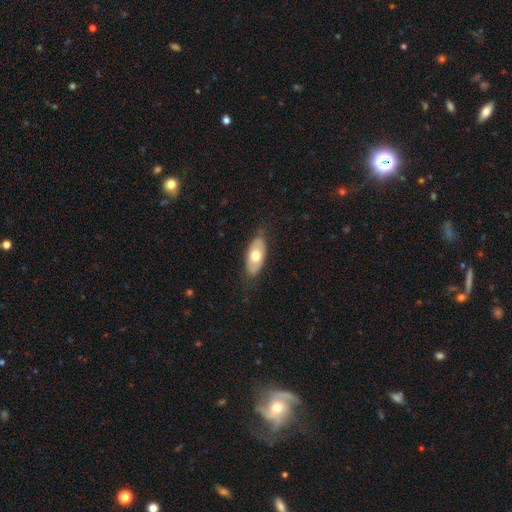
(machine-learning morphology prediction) smooth_or_featured: smooth (p=0.62) [alt: featured or disk p=0.32]
how_rounded: in between (p=0.89) [alt: cigar-shaped p=0.08]
merging: none (p=0.80) [alt: minor disturbance p=0.15]